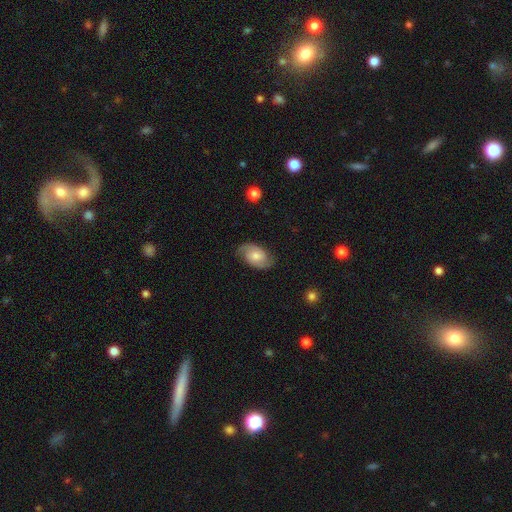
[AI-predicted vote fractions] A featured or disk galaxy (72%) with no bar (62%), 2 (90%) medium (46%) spiral arms (94%) and a moderate central bulge (57%). Merging: none (82%).